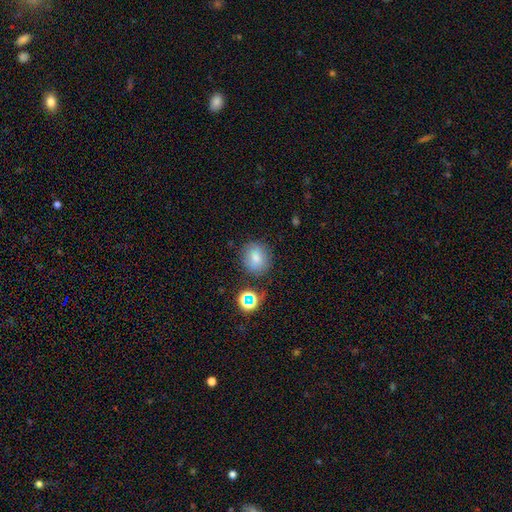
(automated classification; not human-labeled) smooth 72%, star or artifact 17%, featured or disk 11%. Down the decision tree: how rounded — round (80%); merging — none (81%).